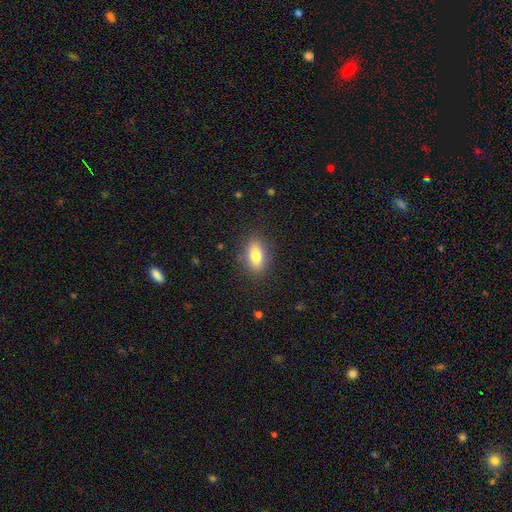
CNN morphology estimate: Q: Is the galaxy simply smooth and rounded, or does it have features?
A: smooth — 79%.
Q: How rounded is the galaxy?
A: in between — 85%.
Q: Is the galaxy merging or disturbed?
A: none — 85%.